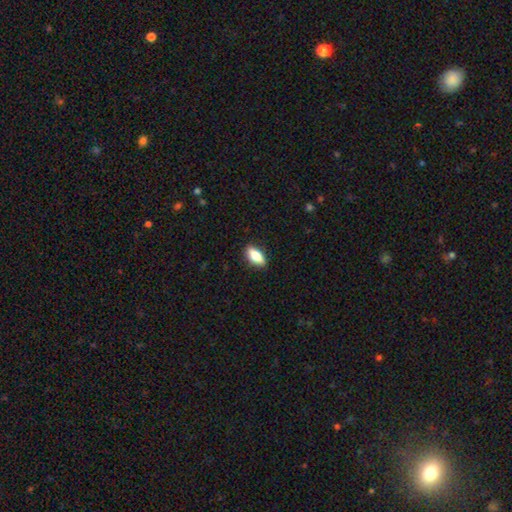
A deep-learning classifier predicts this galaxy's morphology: smooth 81%, featured or disk 13%, star or artifact 7%. Down the decision tree: how rounded — in between (85%); merging — none (86%).